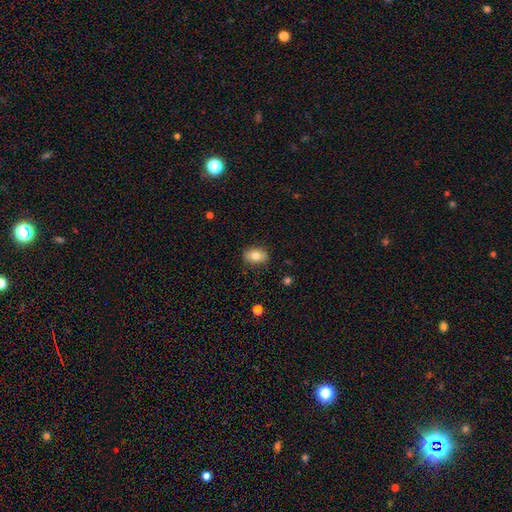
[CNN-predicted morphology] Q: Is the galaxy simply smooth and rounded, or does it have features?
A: smooth — 79%.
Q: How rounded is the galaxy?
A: in between — 80%.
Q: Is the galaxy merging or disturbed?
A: none — 86%.